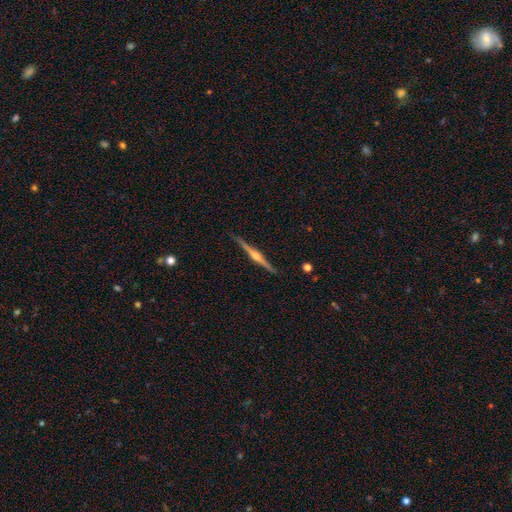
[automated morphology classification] The model was most divided on "smooth or featured": featured or disk: 83%, smooth: 12%, star or artifact: 5%. More confident: edge-on disk — yes (99%); merging — none (89%); edge-on bulge — rounded (87%).